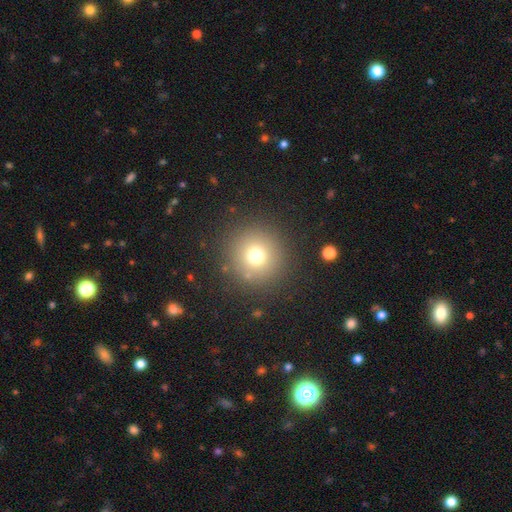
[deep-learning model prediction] The model was most divided on "smooth or featured": smooth: 73%, star or artifact: 17%, featured or disk: 10%. More confident: how rounded — round (96%); merging — none (88%).